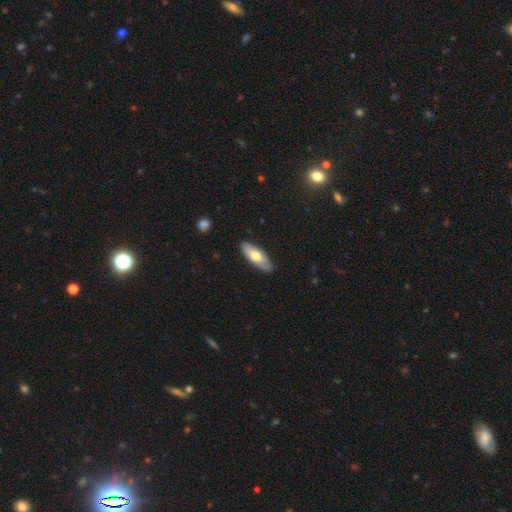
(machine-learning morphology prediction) Smooth or featured? Predicted: smooth (p=0.63). How rounded? Predicted: in between (p=0.72). Merging? Predicted: none (p=0.85).